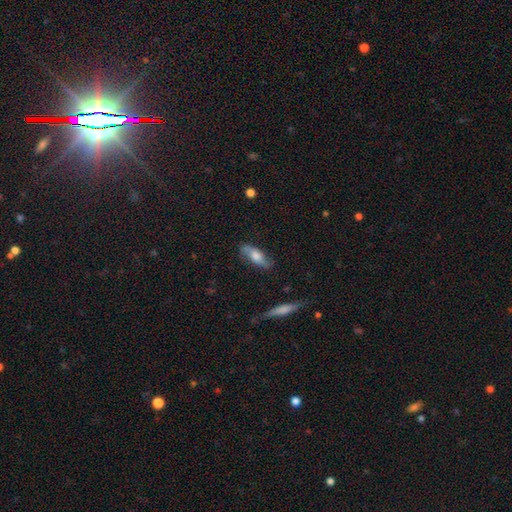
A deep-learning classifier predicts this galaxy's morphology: type=smooth (49%); merging=none (75%).